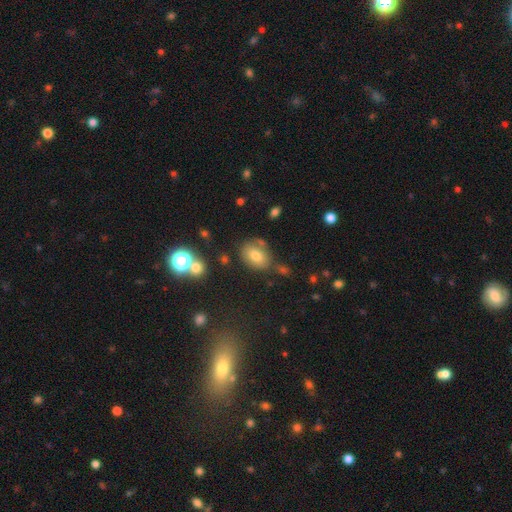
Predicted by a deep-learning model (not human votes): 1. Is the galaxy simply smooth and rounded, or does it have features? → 71% smooth, 16% featured or disk, 14% star or artifact.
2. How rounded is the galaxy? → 72% in between, 27% round, 1% cigar-shaped.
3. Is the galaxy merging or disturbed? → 69% none, 17% minor disturbance, 9% merger, 5% major disturbance.